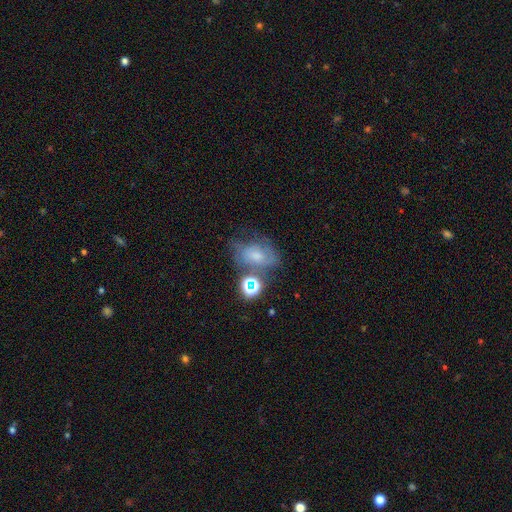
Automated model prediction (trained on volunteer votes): Morphology: type=smooth (48%); merging=none (41%).